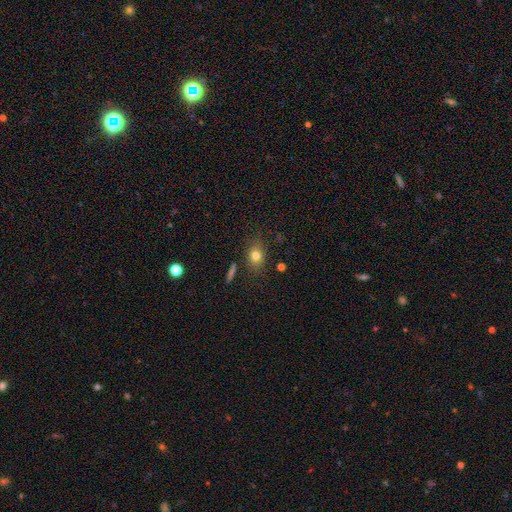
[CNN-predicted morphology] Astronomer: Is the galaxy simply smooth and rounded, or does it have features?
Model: smooth — 77%.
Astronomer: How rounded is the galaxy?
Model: in between — 63%.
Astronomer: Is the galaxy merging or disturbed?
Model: none — 81%.